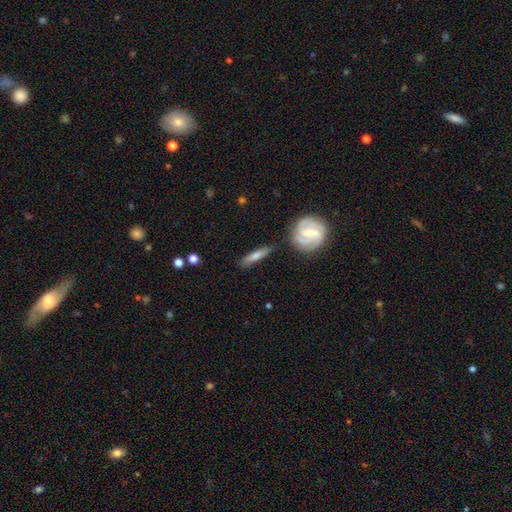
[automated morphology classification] smooth_or_featured: featured or disk (p=0.49) [alt: smooth p=0.44]
merging: none (p=0.80) [alt: minor disturbance p=0.12]